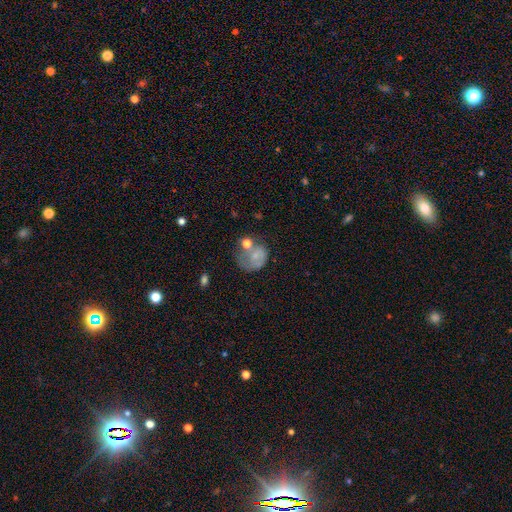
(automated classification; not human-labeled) This is possibly a smooth galaxy (57%). How rounded: likely round (64%). Merging: marginally none (30%).